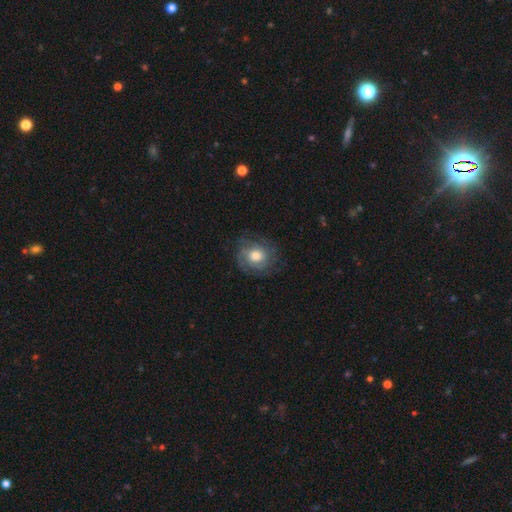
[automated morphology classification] This appears to be a featured or disk galaxy (58%) with no bar (79%), spiral arms (85%) and a moderate central bulge (52%). Merging: none (75%).